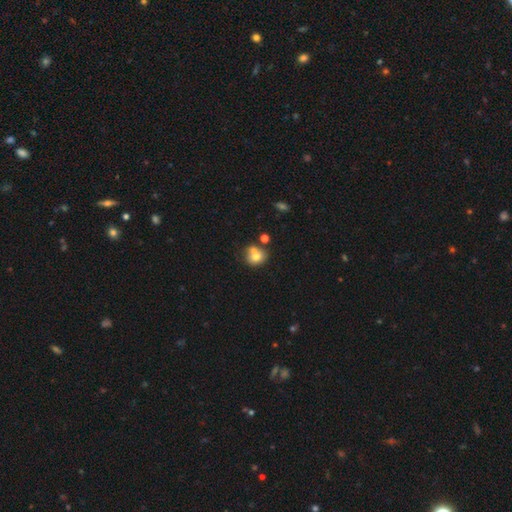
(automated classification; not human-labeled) Smooth or featured?
  - smooth: 71% *
  - featured or disk: 19%
  - star or artifact: 11%
How rounded?
  - round: 71% *
  - in between: 28%
  - cigar-shaped: 1%
Merging?
  - none: 44% *
  - merger: 39%
  - minor disturbance: 13%
  - major disturbance: 5%